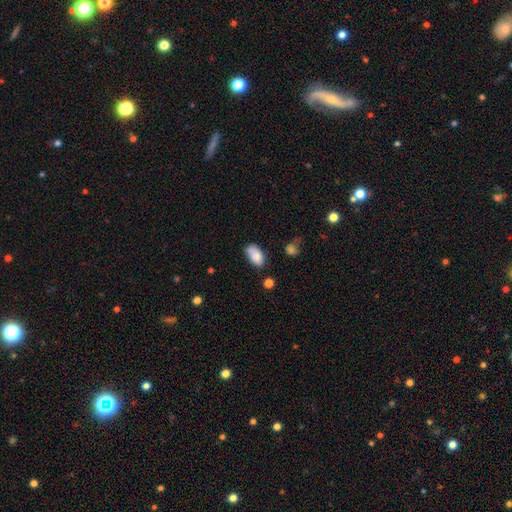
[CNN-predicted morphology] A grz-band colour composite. It shows a smooth galaxy with no disk features (78%) that is in between round and cigar-shaped (92%). Merging: none (48%).